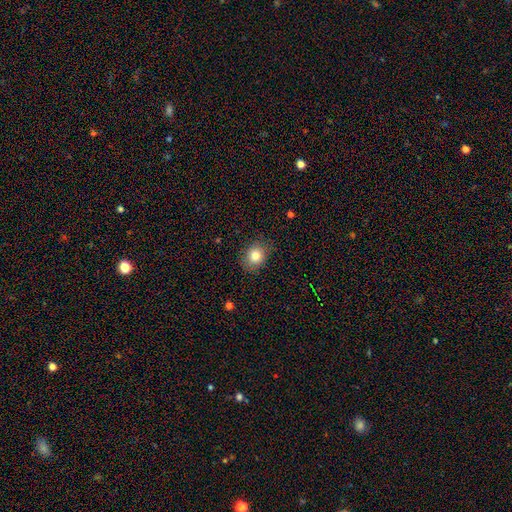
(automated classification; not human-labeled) This appears to be a smooth galaxy with no disk features (82%) that is round (57%). Merging: none (82%).